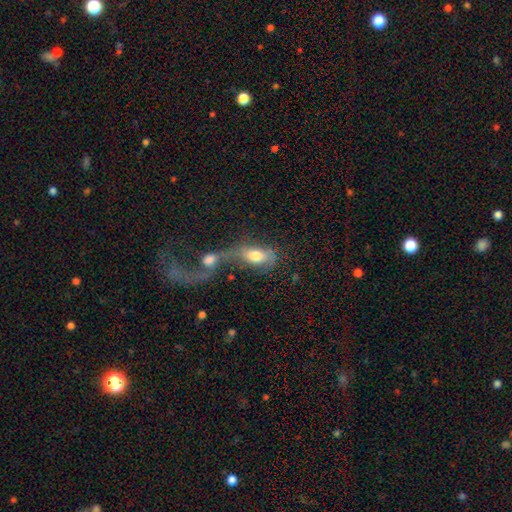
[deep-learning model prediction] smooth_or_featured: smooth (p=0.62) [alt: featured or disk p=0.29]
how_rounded: in between (p=0.84) [alt: round p=0.09]
merging: merger (p=0.69) [alt: none p=0.12]